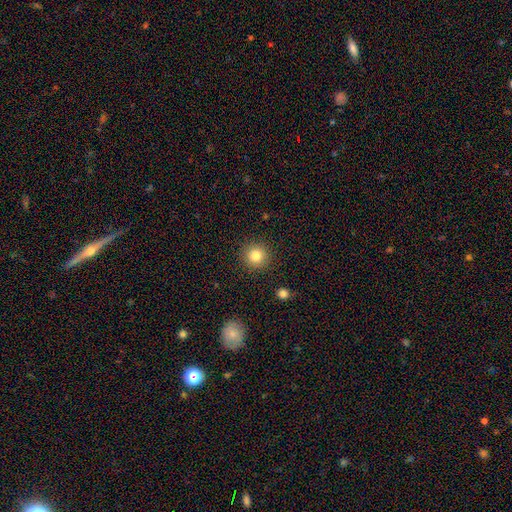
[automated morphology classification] smooth 83%, star or artifact 11%, featured or disk 6%. Down the decision tree: how rounded — round (94%); merging — none (90%).